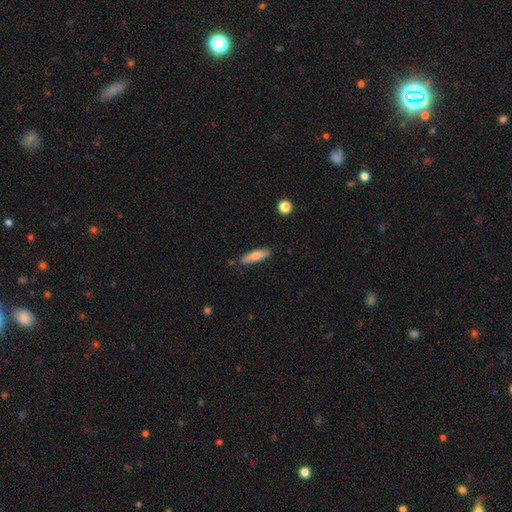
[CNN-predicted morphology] Overall: smooth (74%). How rounded: cigar-shaped (71%). Merging: none (83%).